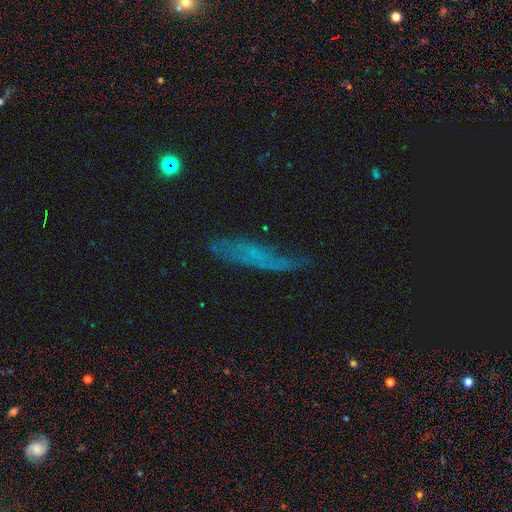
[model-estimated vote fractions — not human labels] smooth_or_featured: featured or disk (p=0.42) [alt: smooth p=0.40]
merging: none (p=0.51) [alt: minor disturbance p=0.27]